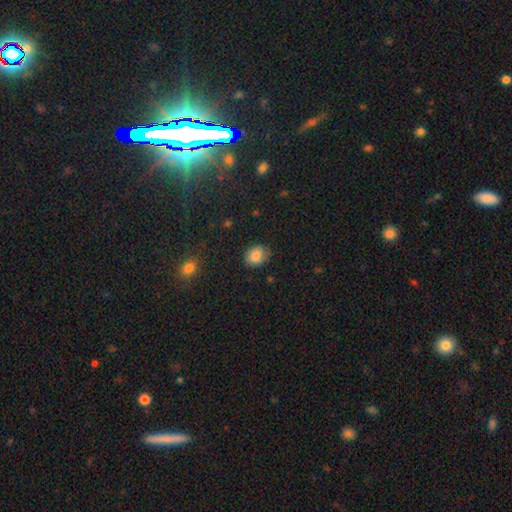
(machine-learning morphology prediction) smooth-or-featured: smooth: 81% | featured or disk: 10% | star or artifact: 9%
  how-rounded: in between: 56% | round: 43% | cigar-shaped: 1%
  merging: none: 73% | minor disturbance: 21% | major disturbance: 5% | merger: 1%